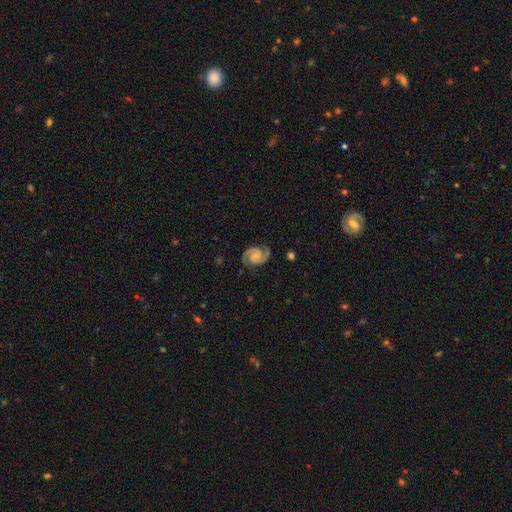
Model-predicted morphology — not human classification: This is clearly a featured or disk galaxy (90%). It is clearly not viewed edge-on (98%). Bar: likely no (60%). Spiral arm pattern: clearly yes (98%). Spiral arm count: clearly 2 (94%). Spiral winding: possibly medium (49%). Central bulge: marginally none (39%). Merging: clearly none (82%).